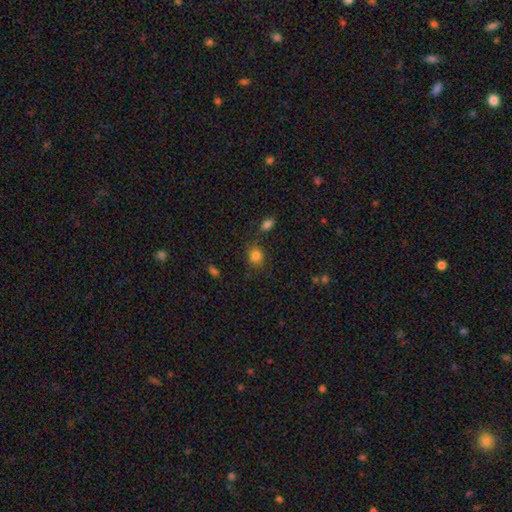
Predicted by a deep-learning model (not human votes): smooth 83%, star or artifact 11%, featured or disk 5%. Down the decision tree: how rounded — round (67%); merging — none (77%).